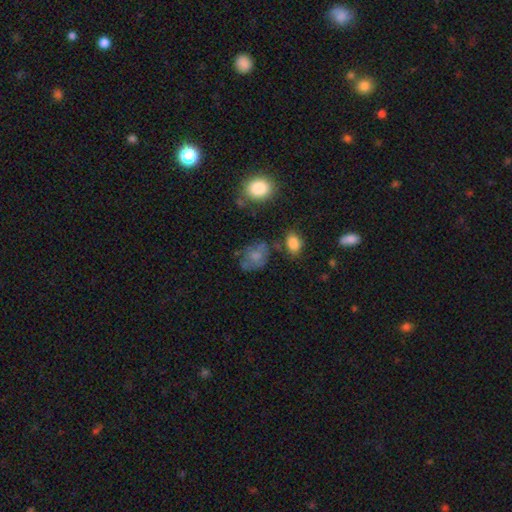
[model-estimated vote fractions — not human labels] smooth 68%, featured or disk 21%, star or artifact 11%. Down the decision tree: how rounded — in between (56%); merging — none (49%).